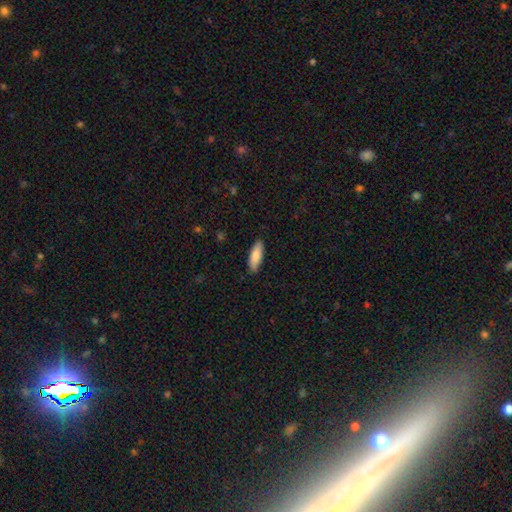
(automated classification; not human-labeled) smooth-or-featured: smooth: 85% | featured or disk: 10% | star or artifact: 5%
  how-rounded: in between: 61% | cigar-shaped: 38% | round: 2%
  merging: none: 88% | minor disturbance: 9% | major disturbance: 2% | merger: 1%